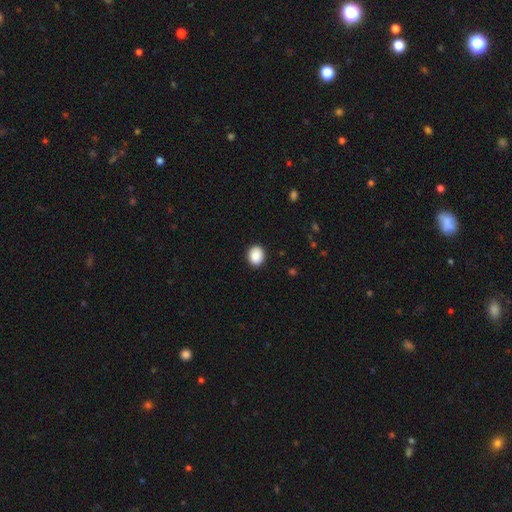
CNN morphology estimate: smooth 89%, star or artifact 8%, featured or disk 4%. Down the decision tree: how rounded — round (66%); merging — none (90%).